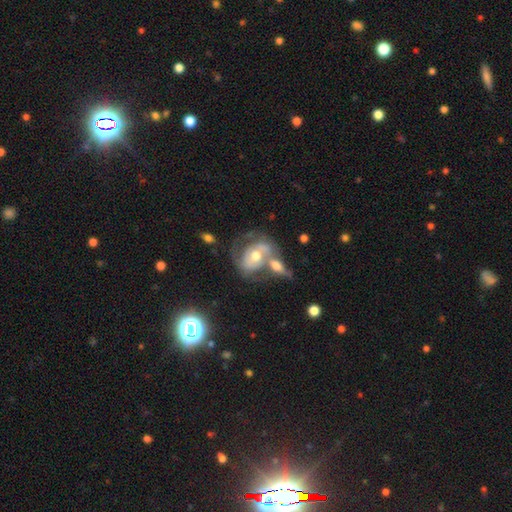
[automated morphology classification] A featured or disk galaxy (66%) with no bar (66%), spiral arms (66%) and a moderate central bulge (72%). Merging: merger (46%).